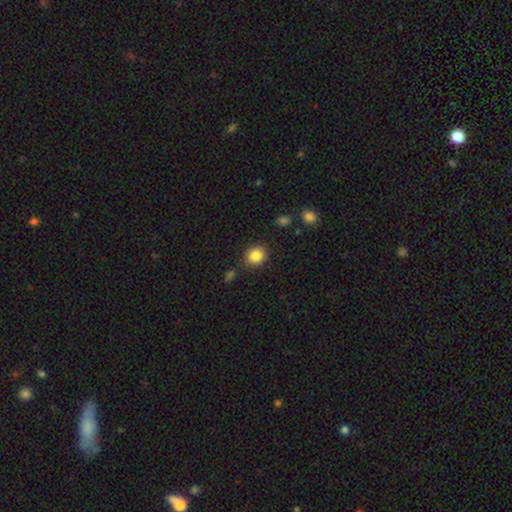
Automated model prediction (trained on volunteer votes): The model was most divided on "how rounded": round: 69%, in between: 30%, cigar-shaped: 1%. More confident: smooth or featured — smooth (86%); merging — none (85%).